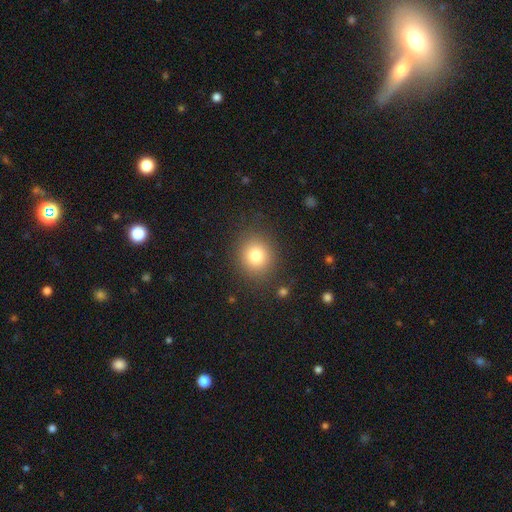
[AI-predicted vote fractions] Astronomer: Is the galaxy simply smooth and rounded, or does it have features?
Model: smooth — 80%.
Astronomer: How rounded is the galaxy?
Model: round — 83%.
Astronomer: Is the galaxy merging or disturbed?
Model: none — 86%.